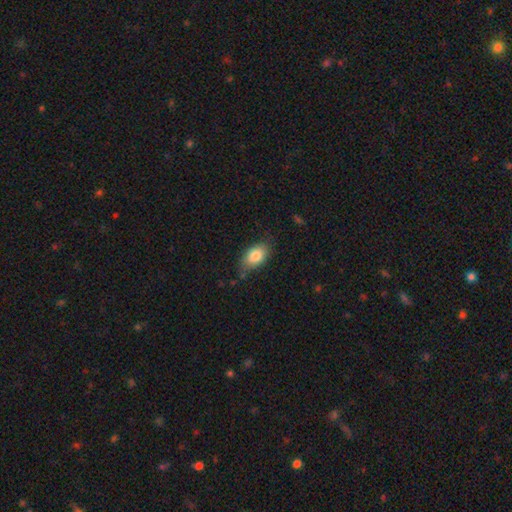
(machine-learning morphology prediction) A smooth galaxy with no disk features (83%) that is in between round and cigar-shaped (90%). Merging: none (74%).